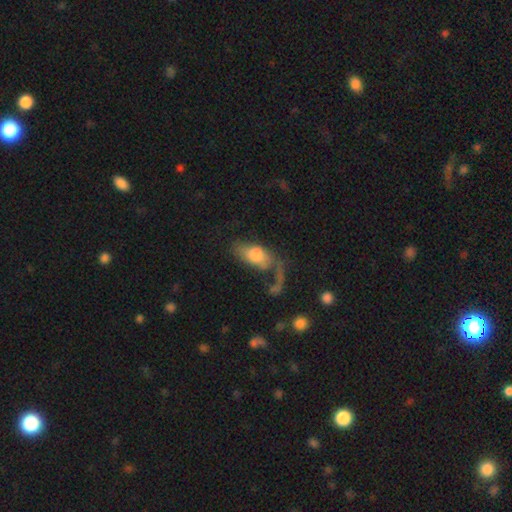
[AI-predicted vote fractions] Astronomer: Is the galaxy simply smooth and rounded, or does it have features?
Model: smooth — 59%.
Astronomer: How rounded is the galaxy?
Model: in between — 88%.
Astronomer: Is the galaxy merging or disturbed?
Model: major disturbance — 42% (runner-up: none, 29%).